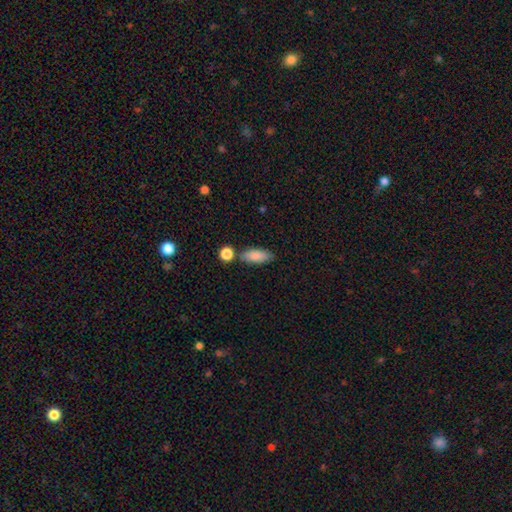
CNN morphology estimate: The model was most divided on "merging": none: 72%, minor disturbance: 14%, merger: 11%, major disturbance: 3%. More confident: smooth or featured — smooth (86%); how rounded — in between (78%).